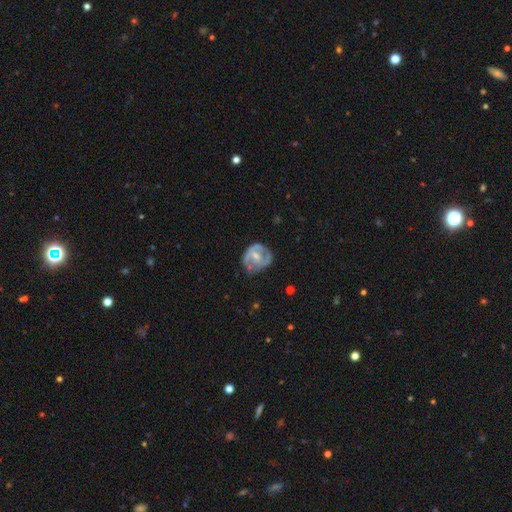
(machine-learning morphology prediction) Smooth or featured? Predicted: featured or disk (p=0.65). Edge-on disk? Predicted: no (p=0.97). Bar? Predicted: no (p=0.49). Spiral arms? Predicted: yes (p=0.57). Bulge size? Predicted: moderate (p=0.55). Merging? Predicted: none (p=0.49).